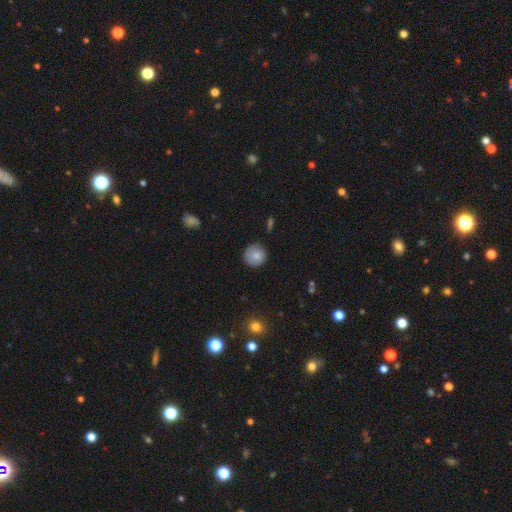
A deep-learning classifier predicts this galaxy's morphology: type=smooth (77%); roundness=round (90%); merging=none (75%).